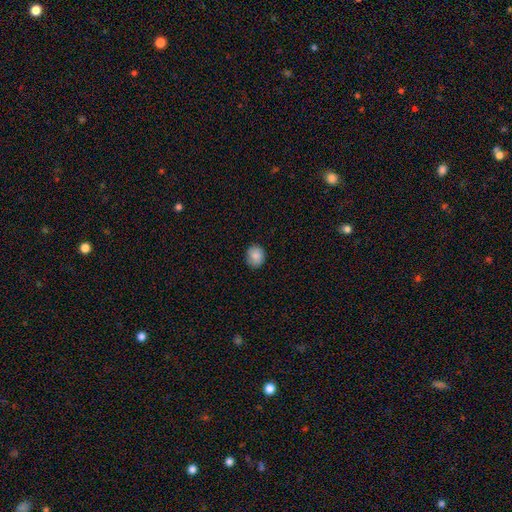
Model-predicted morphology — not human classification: smooth 86%, star or artifact 8%, featured or disk 6%. Down the decision tree: how rounded — round (68%); merging — none (87%).